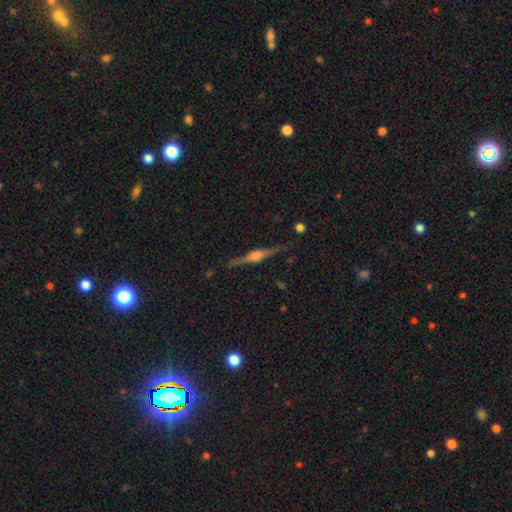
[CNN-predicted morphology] This appears to be a featured or disk galaxy (86%) viewed edge-on (98%) with a rounded central bulge (79%). Merging: none (89%).